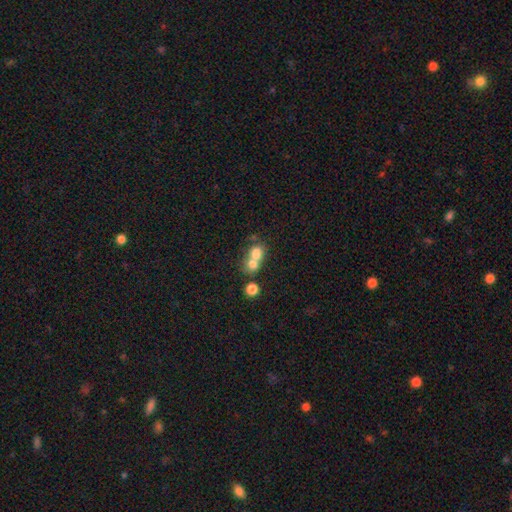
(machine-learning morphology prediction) The model was most divided on "how rounded": round: 64%, in between: 34%, cigar-shaped: 1%. More confident: smooth or featured — smooth (72%); merging — merger (64%).